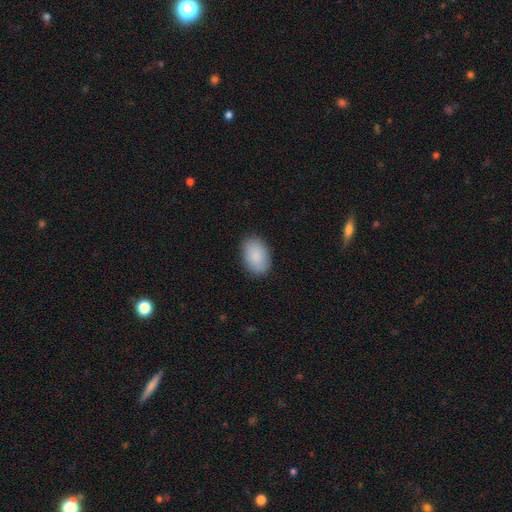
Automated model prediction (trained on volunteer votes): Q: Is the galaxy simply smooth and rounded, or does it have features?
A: smooth — 89%.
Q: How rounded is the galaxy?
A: in between — 90%.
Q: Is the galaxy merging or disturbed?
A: none — 87%.